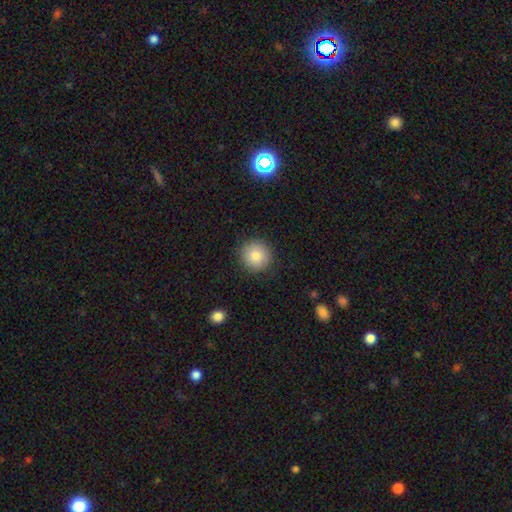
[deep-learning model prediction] Smooth or featured: smooth — 83% (star or artifact — 9%)
How rounded: round — 95% (in between — 4%)
Merging: none — 90% (minor disturbance — 7%)